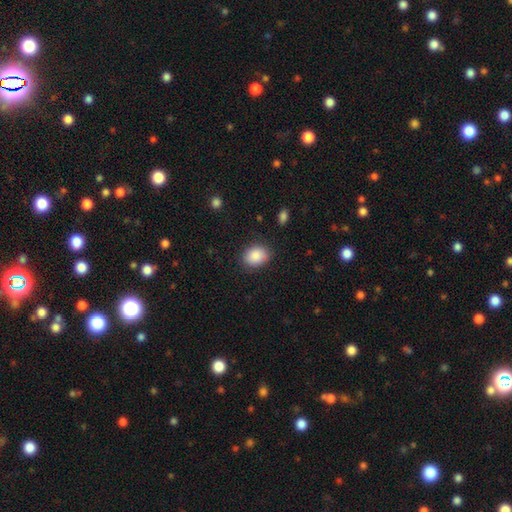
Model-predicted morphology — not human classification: A smooth galaxy with no disk features (88%) that is in between round and cigar-shaped (67%).

Vote fractions:
- Smooth or featured? smooth: 88% / star or artifact: 7% / featured or disk: 5%
- How rounded? in between: 67% / round: 32% / cigar-shaped: 1%
- Merging? none: 84% / minor disturbance: 12% / major disturbance: 3% / merger: 1%